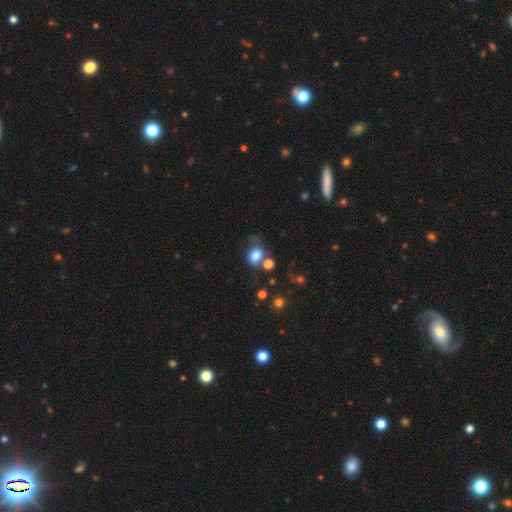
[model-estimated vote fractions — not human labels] Smooth or featured: smooth — 77% (featured or disk — 12%)
How rounded: in between — 59% (round — 40%)
Merging: none — 37% (merger — 23%)